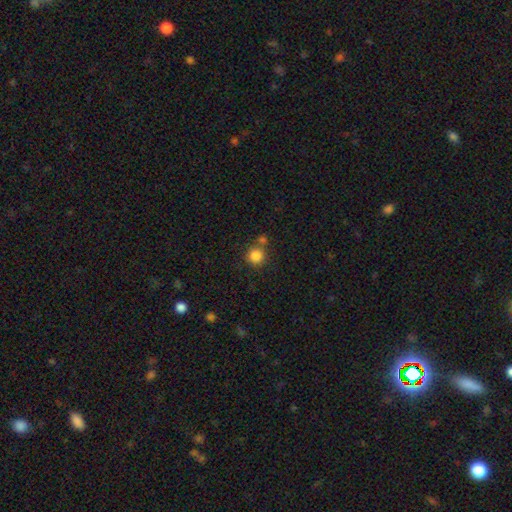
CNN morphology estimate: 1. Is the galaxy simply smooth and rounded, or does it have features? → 84% smooth, 11% star or artifact, 5% featured or disk.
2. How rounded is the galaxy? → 94% round, 5% in between, 1% cigar-shaped.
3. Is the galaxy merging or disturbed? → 73% none, 16% merger, 8% minor disturbance, 3% major disturbance.